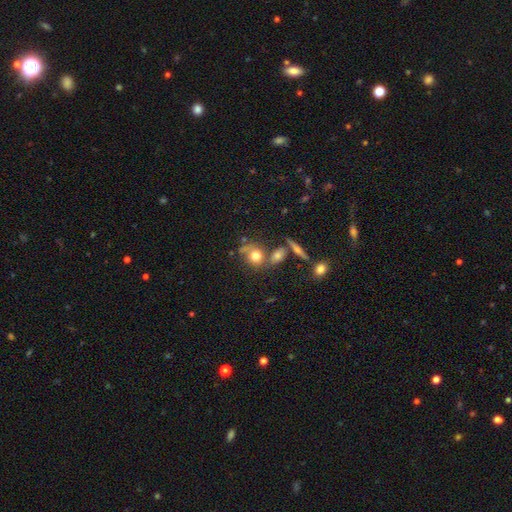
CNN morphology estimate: This is likely a smooth galaxy (68%). How rounded: likely round (68%). Merging: possibly none (47%).